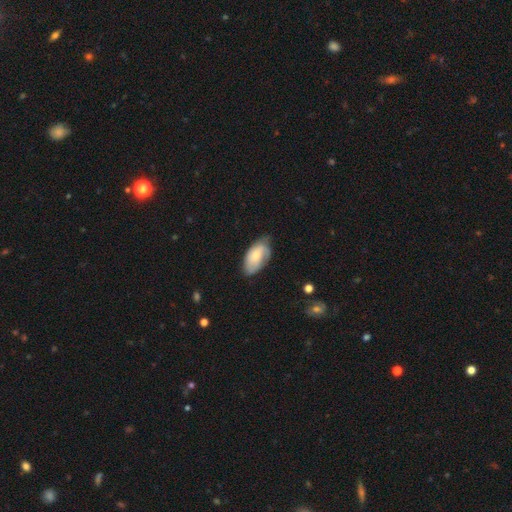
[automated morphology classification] type=smooth (59%); roundness=in between (93%); merging=none (56%).